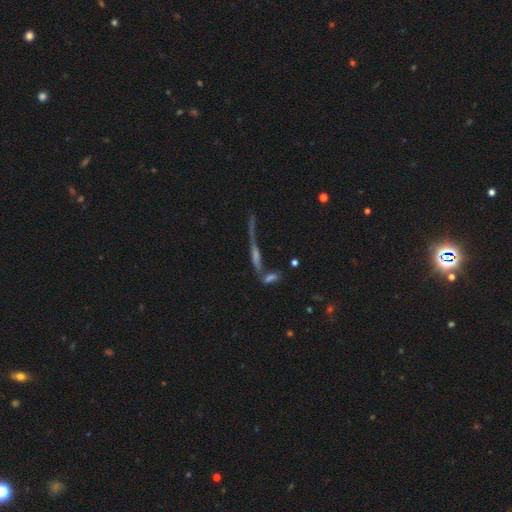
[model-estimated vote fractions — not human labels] smooth-or-featured: featured or disk: 59% | smooth: 23% | star or artifact: 18%
  disk-edge-on: yes: 82% | no: 18%
  merging: none: 39% | merger: 36% | minor disturbance: 13% | major disturbance: 12%